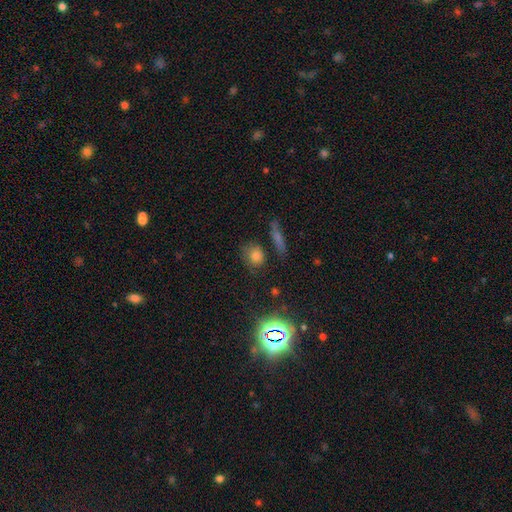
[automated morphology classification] smooth-or-featured: smooth: 72% | star or artifact: 19% | featured or disk: 8%
  how-rounded: round: 66% | in between: 30% | cigar-shaped: 4%
  merging: none: 74% | minor disturbance: 14% | merger: 6% | major disturbance: 5%